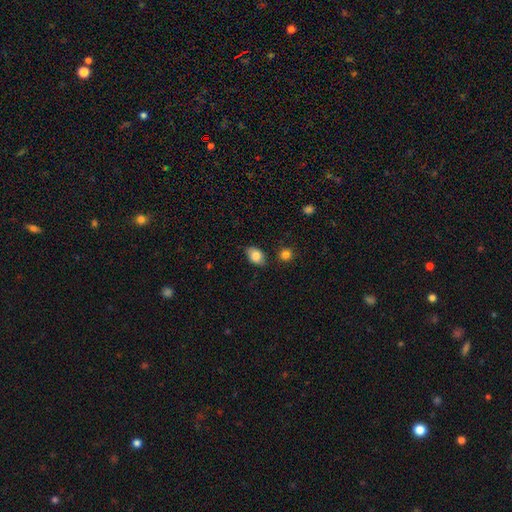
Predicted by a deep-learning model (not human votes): Morphology: type=smooth (83%); roundness=in between (82%); merging=none (77%).